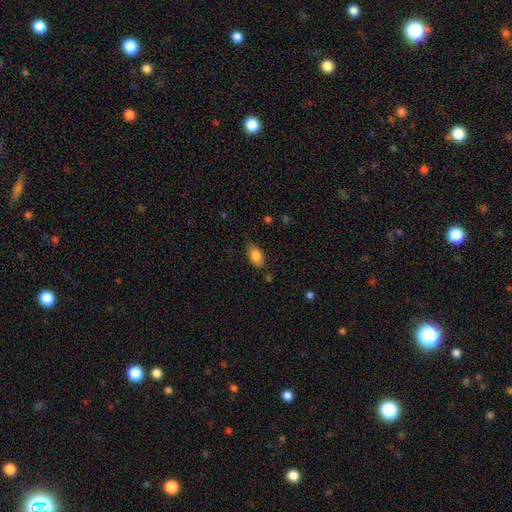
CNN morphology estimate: A smooth galaxy with no disk features (86%) that is in between round and cigar-shaped (90%). Merging: none (76%).